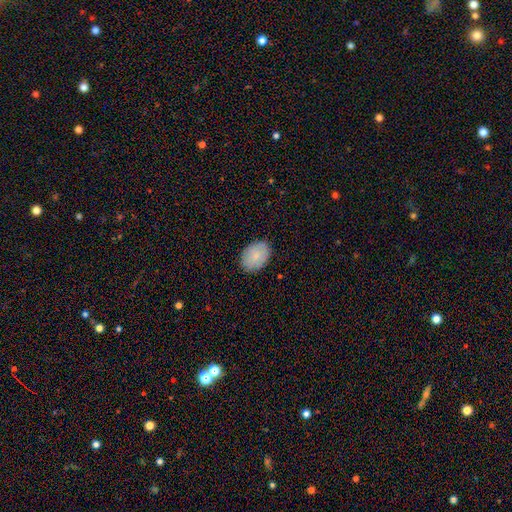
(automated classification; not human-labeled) This is clearly a smooth galaxy (83%). How rounded: likely in between (79%). Merging: clearly none (87%).